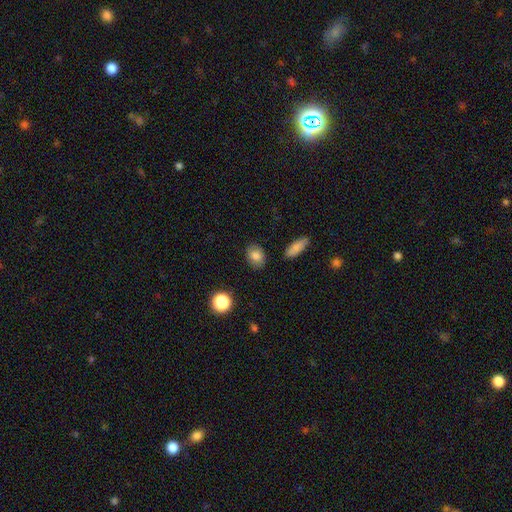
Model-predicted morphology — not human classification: The model was most divided on "how rounded": in between: 65%, round: 33%, cigar-shaped: 2%. More confident: merging — none (84%); smooth or featured — smooth (82%).